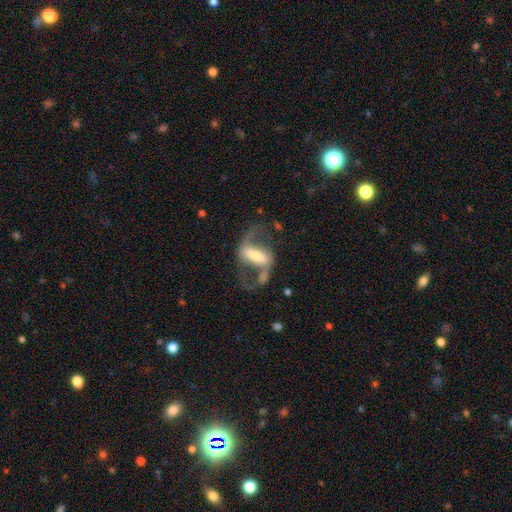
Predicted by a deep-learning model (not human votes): Smooth or featured: featured or disk — 80% (smooth — 15%)
Edge-on disk: no — 90% (yes — 10%)
Bar: strong — 64% (weak — 23%)
Spiral arms: yes — 81% (no — 19%)
Spiral winding: loose — 56% (medium — 35%)
Spiral arm count: 2 — 89% (can't tell — 4%)
Bulge size: moderate — 47% (small — 35%)
Merging: none — 55% (major disturbance — 24%)